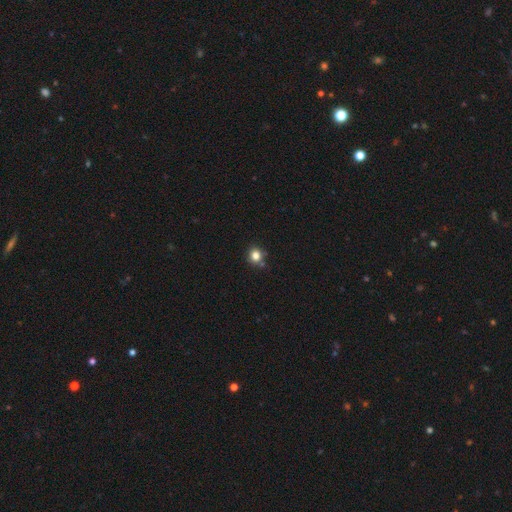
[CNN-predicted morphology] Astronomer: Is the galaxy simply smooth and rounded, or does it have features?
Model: smooth — 81%.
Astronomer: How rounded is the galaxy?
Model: round — 86%.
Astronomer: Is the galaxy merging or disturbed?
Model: none — 77%.